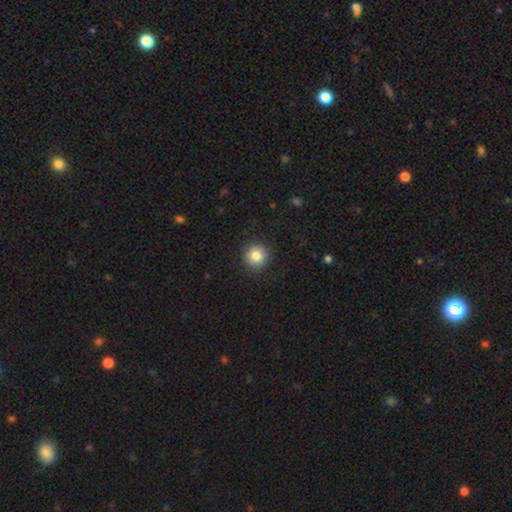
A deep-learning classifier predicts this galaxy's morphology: type=smooth (84%); roundness=round (95%); merging=none (91%).